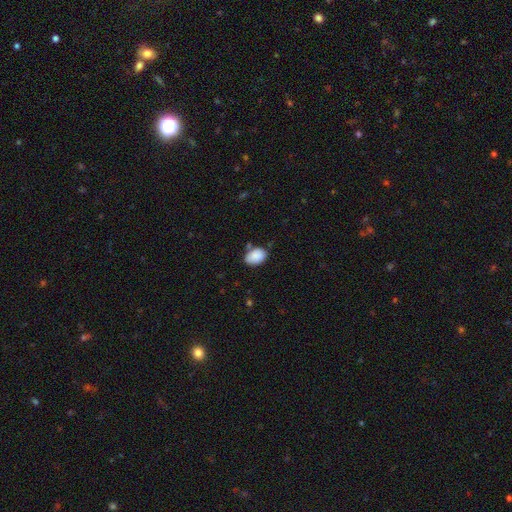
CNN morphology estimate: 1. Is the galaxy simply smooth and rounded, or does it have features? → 88% smooth, 7% star or artifact, 5% featured or disk.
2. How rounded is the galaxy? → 83% in between, 16% round, 1% cigar-shaped.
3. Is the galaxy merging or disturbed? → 70% none, 20% minor disturbance, 6% merger, 4% major disturbance.